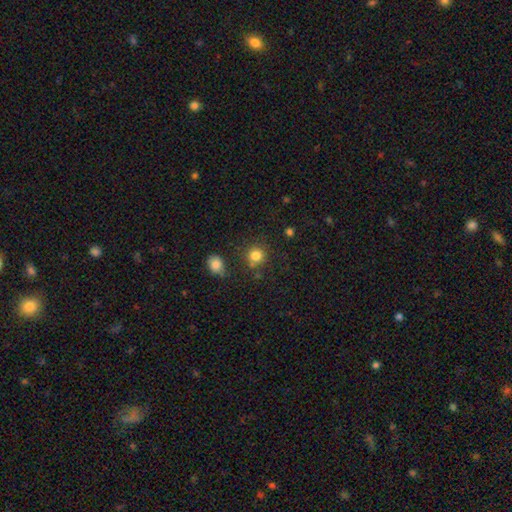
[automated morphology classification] This is clearly a smooth galaxy (82%). How rounded: clearly round (90%). Merging: likely none (77%).